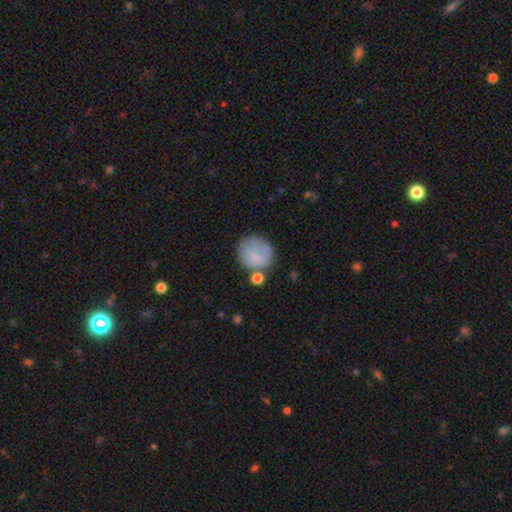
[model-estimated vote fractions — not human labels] smooth 74%, featured or disk 17%, star or artifact 9%. Down the decision tree: how rounded — round (86%); merging — none (55%).